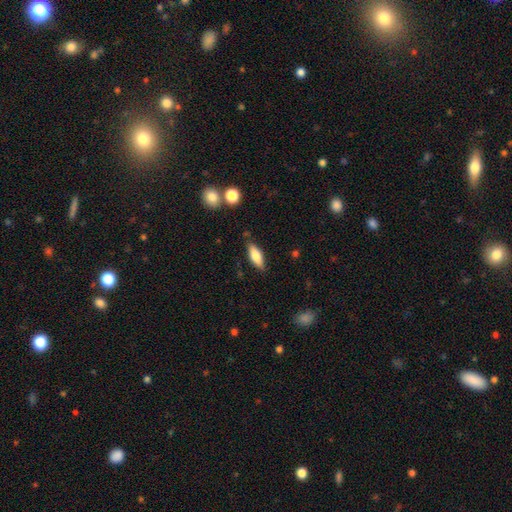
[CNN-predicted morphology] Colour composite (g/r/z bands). It shows a smooth galaxy with no disk features (69%) that is in between round and cigar-shaped (61%). Merging: none (83%).